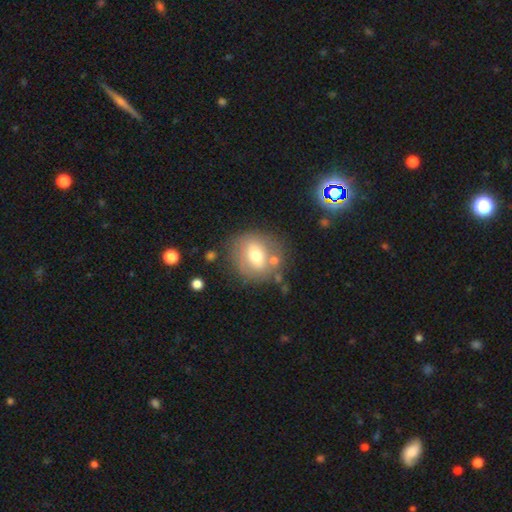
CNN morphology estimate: A smooth galaxy with no disk features (58%) that is round (75%).

Vote fractions:
- Smooth or featured? smooth: 58% / featured or disk: 32% / star or artifact: 10%
- How rounded? round: 75% / in between: 24% / cigar-shaped: 1%
- Merging? none: 68% / minor disturbance: 16% / merger: 9% / major disturbance: 7%